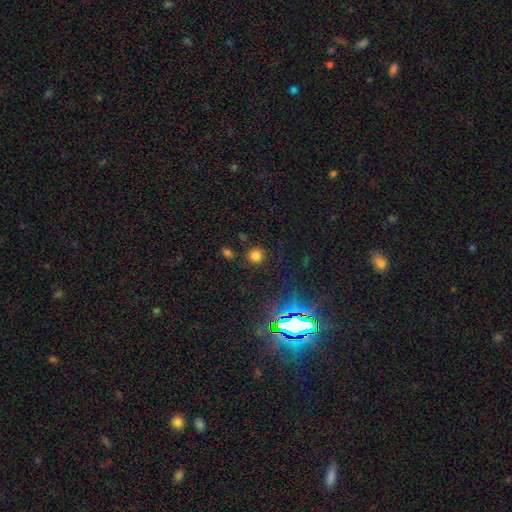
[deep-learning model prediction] This is likely a smooth galaxy (74%). How rounded: clearly round (92%). Merging: clearly none (84%).